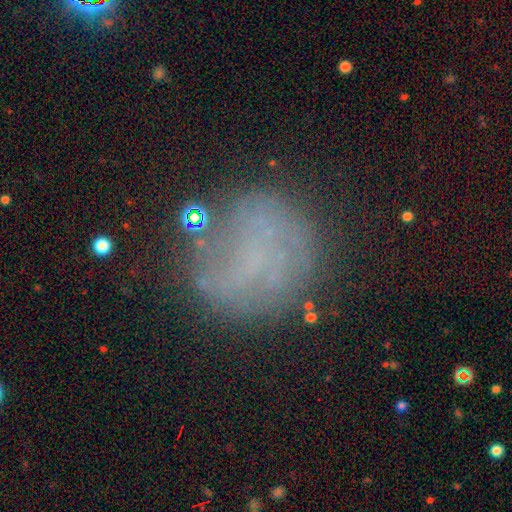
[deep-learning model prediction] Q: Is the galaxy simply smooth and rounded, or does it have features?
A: smooth — 44%.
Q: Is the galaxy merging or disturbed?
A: none — 69%.